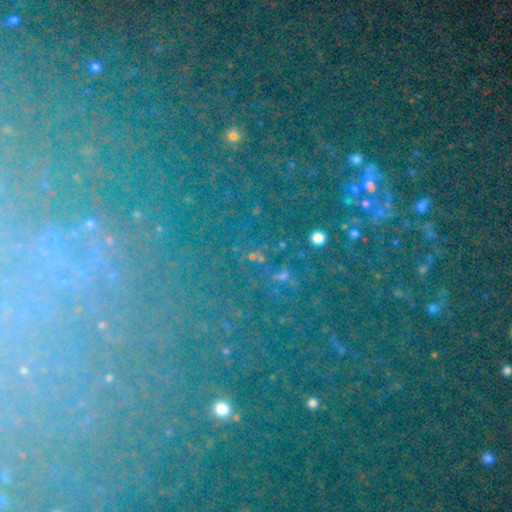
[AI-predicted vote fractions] A star or artifact, not a galaxy (75%).